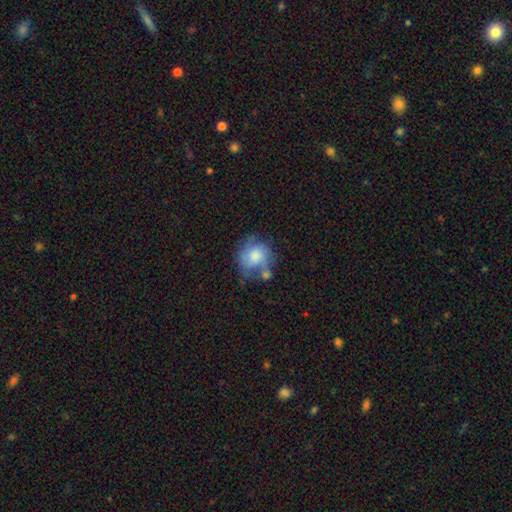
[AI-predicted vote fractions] Morphology: type=smooth (67%); roundness=round (71%); merging=none (38%).